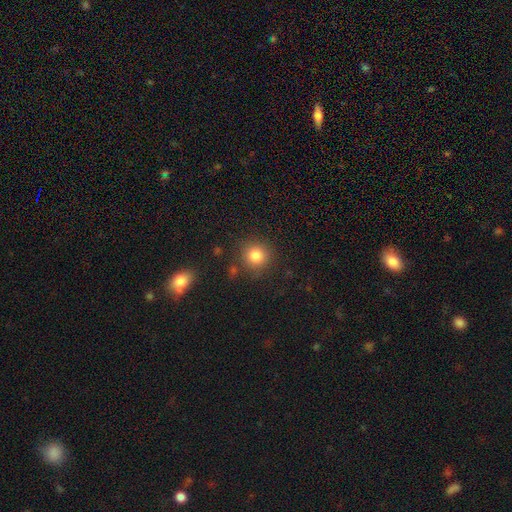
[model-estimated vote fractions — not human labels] A smooth galaxy with no disk features (83%) that is round (92%).

Vote fractions:
- Smooth or featured? smooth: 83% / star or artifact: 11% / featured or disk: 6%
- How rounded? round: 92% / in between: 7% / cigar-shaped: 1%
- Merging? none: 84% / minor disturbance: 9% / merger: 3% / major disturbance: 3%